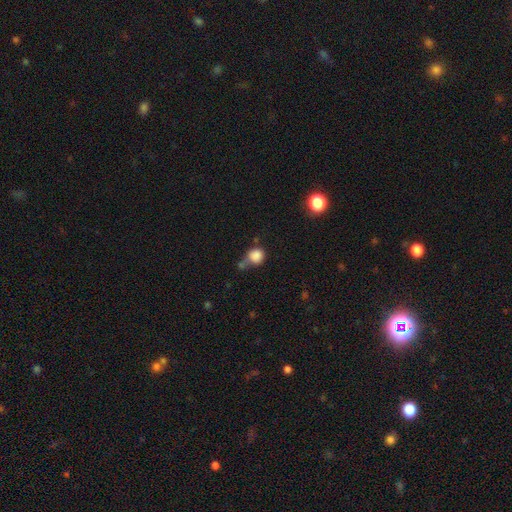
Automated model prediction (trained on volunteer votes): Smooth or featured? smooth (84%)
How rounded? round (82%)
Merging? none (45%)